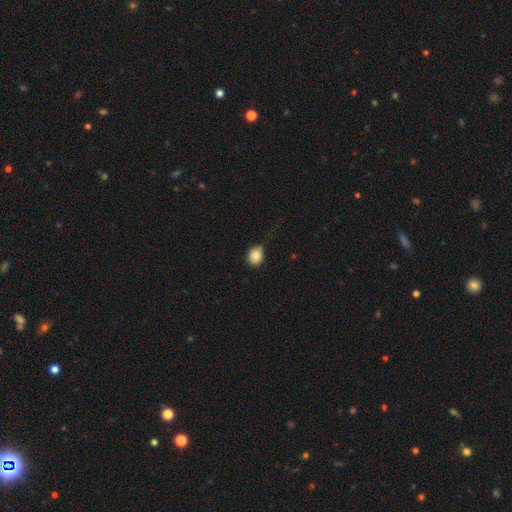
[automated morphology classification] smooth-or-featured: smooth: 85% | star or artifact: 9% | featured or disk: 6%
  how-rounded: round: 56% | in between: 43% | cigar-shaped: 1%
  merging: none: 66% | minor disturbance: 28% | major disturbance: 5% | merger: 2%